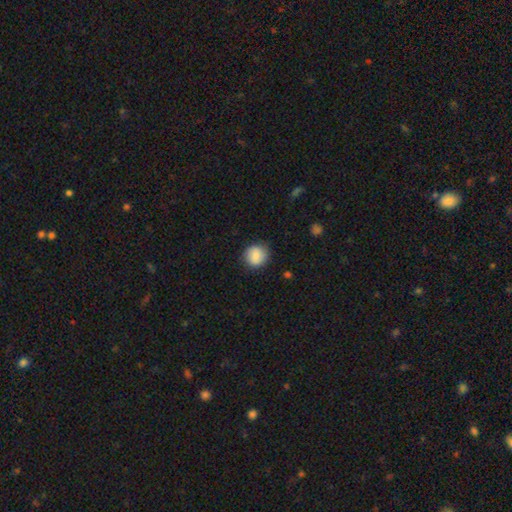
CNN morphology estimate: This appears to be a smooth galaxy with no disk features (81%) that is round (86%). Merging: none (83%).